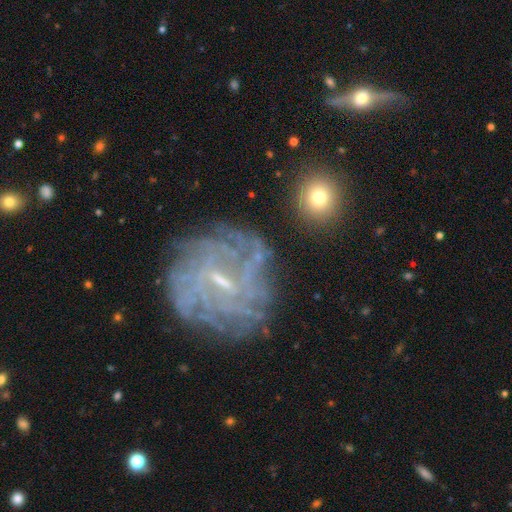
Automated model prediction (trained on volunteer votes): smooth-or-featured: featured or disk: 76% | smooth: 13% | star or artifact: 11%
  disk-edge-on: no: 95% | yes: 5%
    bar: weak: 47% | strong: 31% | no: 22%
    has-spiral-arms: yes: 77% | no: 23%
      spiral-winding: tight: 58% | medium: 29% | loose: 13%
      spiral-arm-count: can't tell: 48% | 4: 15% | 3: 12% | more than 4: 11% | 2: 9% | 1: 6%
    bulge-size: small: 43% | moderate: 32% | none: 21% | large: 3% | dominant: 1%
  merging: none: 62% | minor disturbance: 17% | major disturbance: 17% | merger: 5%